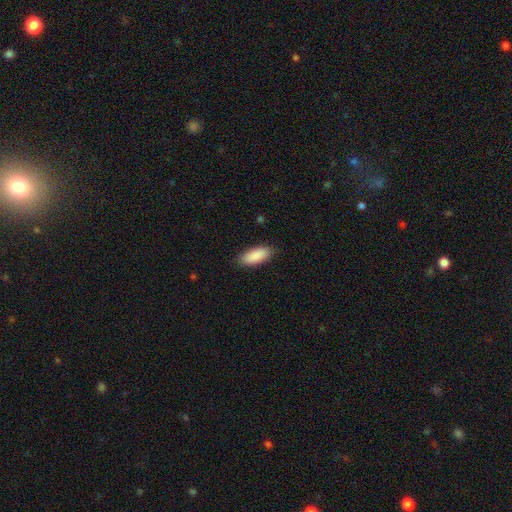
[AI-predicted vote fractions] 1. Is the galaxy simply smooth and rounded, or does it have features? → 90% smooth, 6% star or artifact, 4% featured or disk.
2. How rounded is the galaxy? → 81% in between, 18% cigar-shaped, 2% round.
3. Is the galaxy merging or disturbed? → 87% none, 10% minor disturbance, 2% major disturbance, 1% merger.